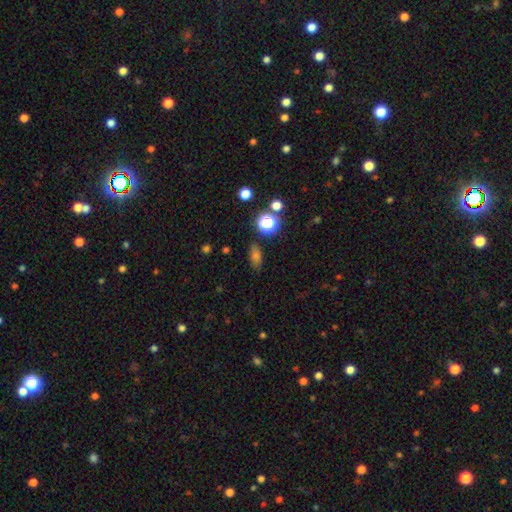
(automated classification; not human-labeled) Smooth or featured? Predicted: smooth (p=0.61). How rounded? Predicted: in between (p=0.74). Merging? Predicted: none (p=0.82).